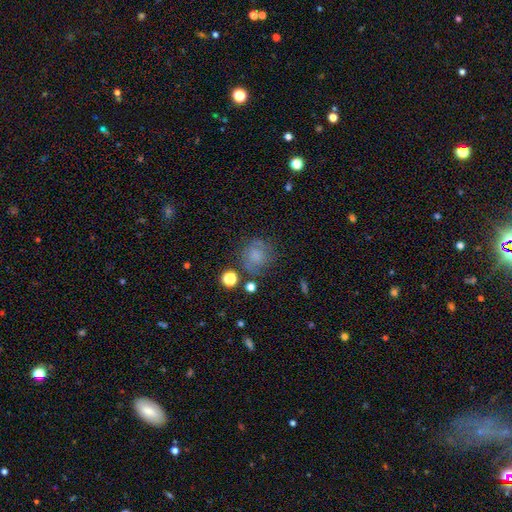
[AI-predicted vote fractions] This is likely a smooth galaxy (62%). How rounded: clearly round (85%). Merging: likely none (65%).